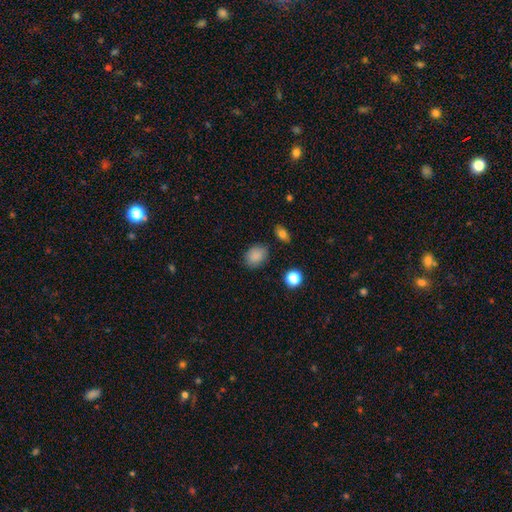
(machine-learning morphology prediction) Smooth or featured?
  - smooth: 86% *
  - star or artifact: 9%
  - featured or disk: 5%
How rounded?
  - in between: 60% *
  - round: 39%
  - cigar-shaped: 1%
Merging?
  - none: 81% *
  - minor disturbance: 13%
  - major disturbance: 3%
  - merger: 2%